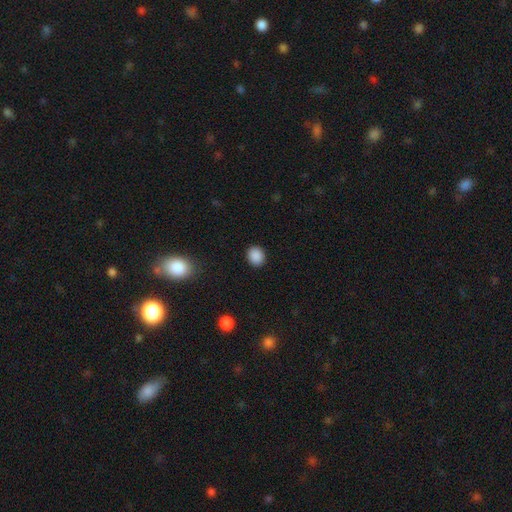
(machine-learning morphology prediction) smooth-or-featured: smooth: 88% | star or artifact: 9% | featured or disk: 3%
  how-rounded: round: 67% | in between: 32% | cigar-shaped: 1%
  merging: none: 91% | minor disturbance: 6% | major disturbance: 2% | merger: 1%